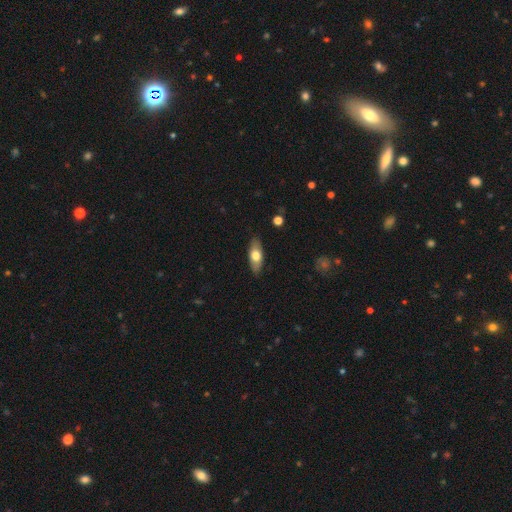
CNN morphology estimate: This is likely a smooth galaxy (65%). How rounded: likely in between (77%). Merging: clearly none (87%).